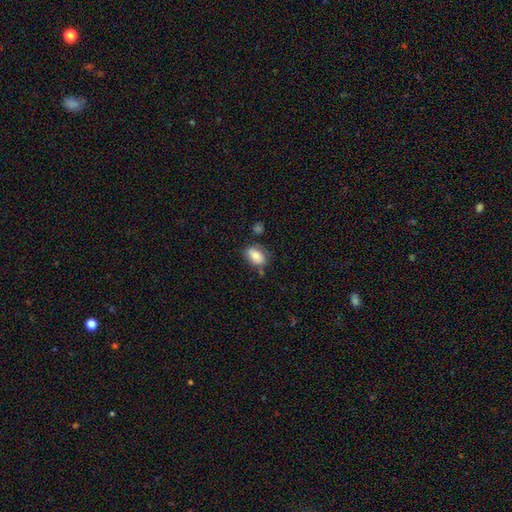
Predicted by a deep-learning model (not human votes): smooth-or-featured: smooth: 80% | featured or disk: 12% | star or artifact: 8%
  how-rounded: in between: 86% | round: 12% | cigar-shaped: 2%
  merging: none: 67% | minor disturbance: 20% | merger: 8% | major disturbance: 5%